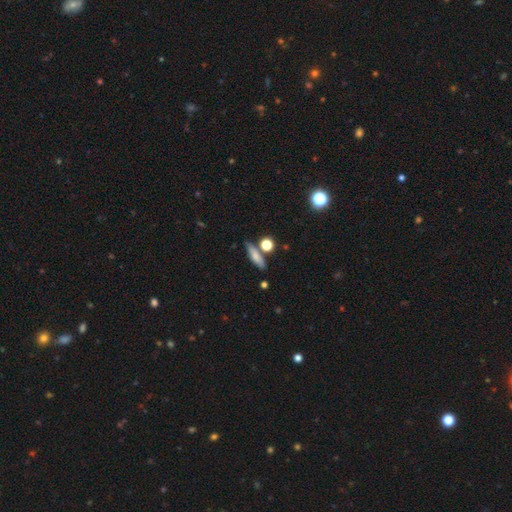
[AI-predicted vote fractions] Q: Smooth or featured?
A: smooth (71%); runner-up: featured or disk (20%)
Q: How rounded?
A: cigar-shaped (62%); runner-up: in between (31%)
Q: Merging?
A: none (71%); runner-up: minor disturbance (14%)